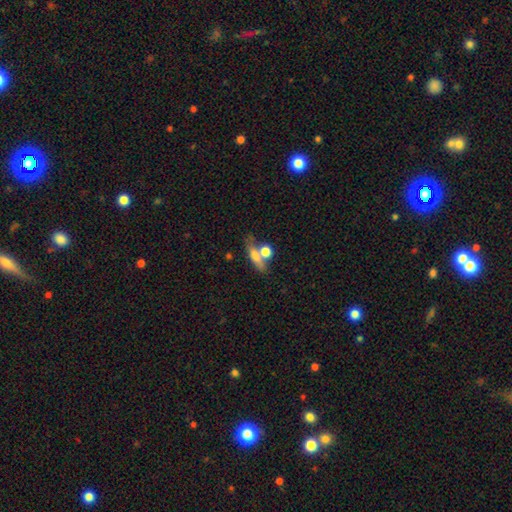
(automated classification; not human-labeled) Smooth or featured? Predicted: smooth (p=0.62). How rounded? Predicted: in between (p=0.45). Merging? Predicted: none (p=0.47).